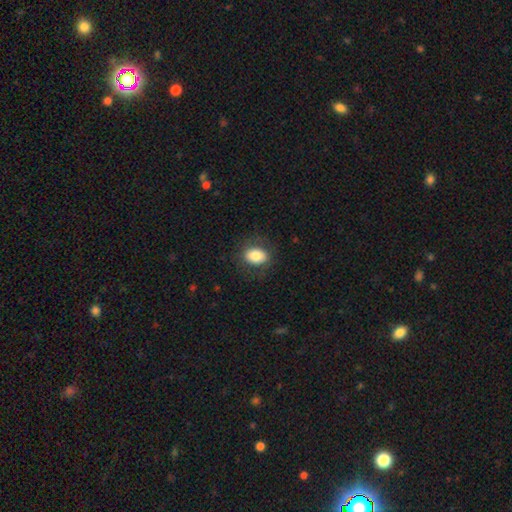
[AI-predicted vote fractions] This appears to be a smooth galaxy with no disk features (81%) that is in between round and cigar-shaped (71%). Merging: none (82%).